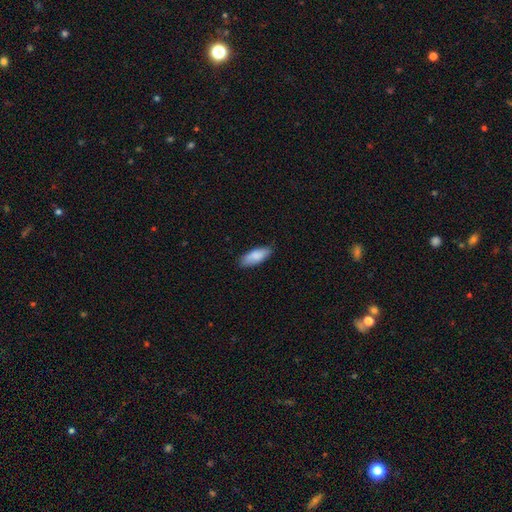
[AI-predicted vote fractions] A smooth galaxy with no disk features (87%) that is in between round and cigar-shaped (78%).

Vote fractions:
- Smooth or featured? smooth: 87% / featured or disk: 8% / star or artifact: 5%
- How rounded? in between: 78% / cigar-shaped: 21% / round: 2%
- Merging? none: 81% / minor disturbance: 16% / major disturbance: 2% / merger: 1%